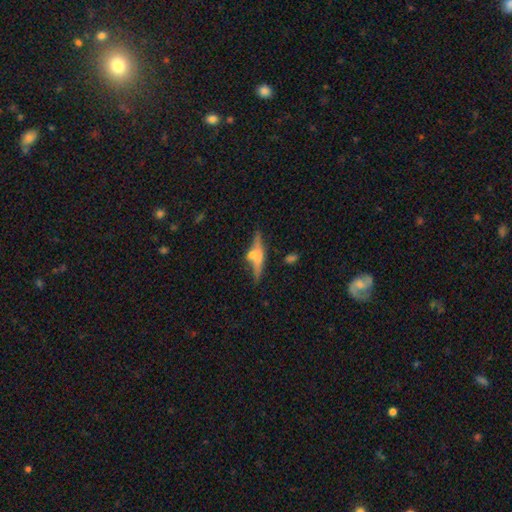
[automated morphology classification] This is possibly a featured or disk galaxy (51%). It is clearly viewed edge-on (86%). Merging: possibly none (55%).